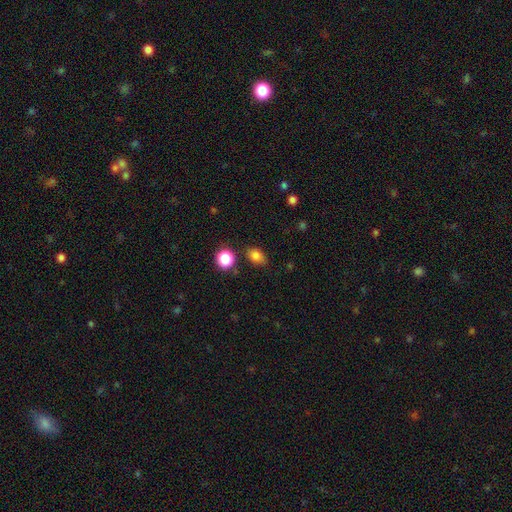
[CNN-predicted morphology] Overall: smooth (83%). How rounded: in between (75%). Merging: none (78%).